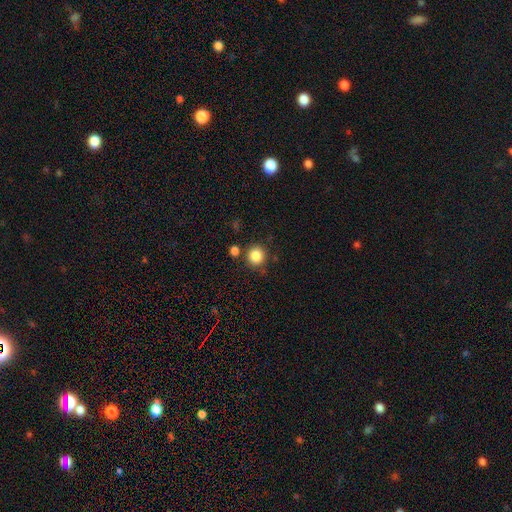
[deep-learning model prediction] Morphology: type=smooth (85%); roundness=round (90%); merging=none (82%).